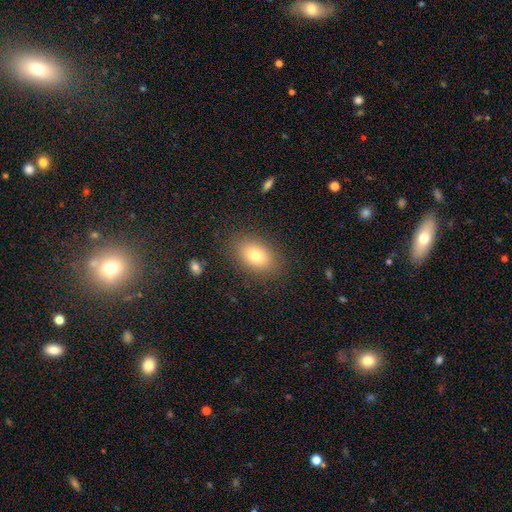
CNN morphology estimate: Overall: smooth (76%). How rounded: in between (87%). Merging: none (86%).